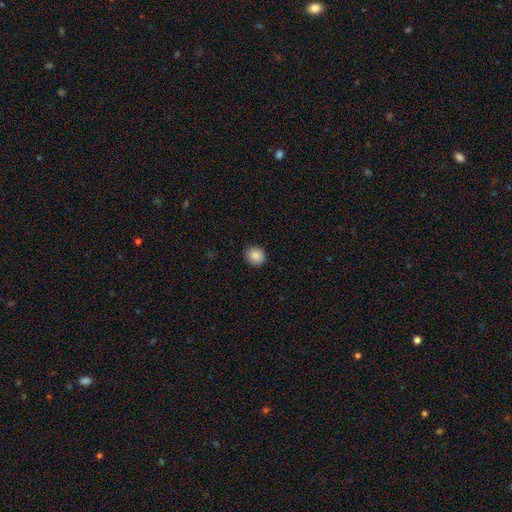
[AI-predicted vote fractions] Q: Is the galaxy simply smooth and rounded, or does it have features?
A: smooth — 87%.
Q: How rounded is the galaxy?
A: round — 89%.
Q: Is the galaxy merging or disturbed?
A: none — 90%.